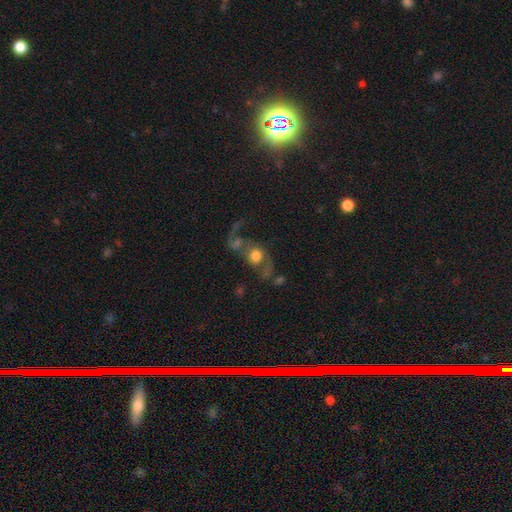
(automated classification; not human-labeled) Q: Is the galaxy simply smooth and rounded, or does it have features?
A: featured or disk — 49%.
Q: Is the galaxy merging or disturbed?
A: merger — 41%.